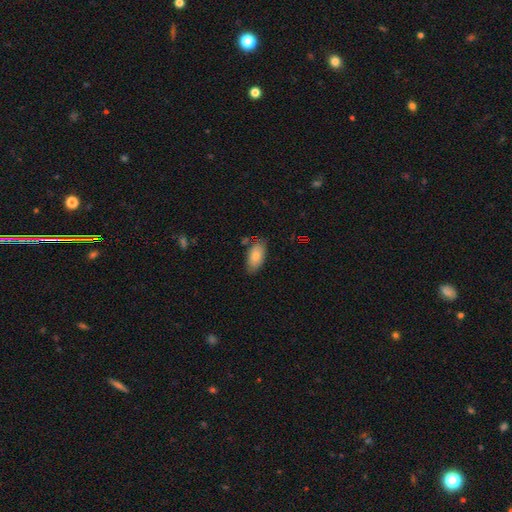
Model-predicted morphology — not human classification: Smooth or featured? Predicted: smooth (p=0.80). How rounded? Predicted: in between (p=0.92). Merging? Predicted: none (p=0.75).